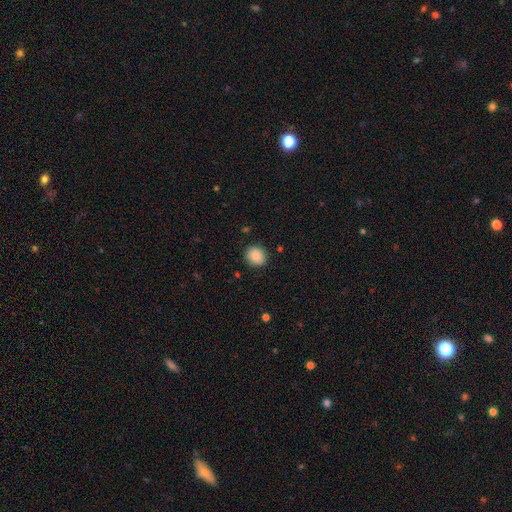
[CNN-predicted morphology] Smooth or featured?
  - smooth: 88% *
  - star or artifact: 8%
  - featured or disk: 4%
How rounded?
  - round: 80% *
  - in between: 19%
  - cigar-shaped: 1%
Merging?
  - none: 88% *
  - minor disturbance: 9%
  - major disturbance: 2%
  - merger: 1%